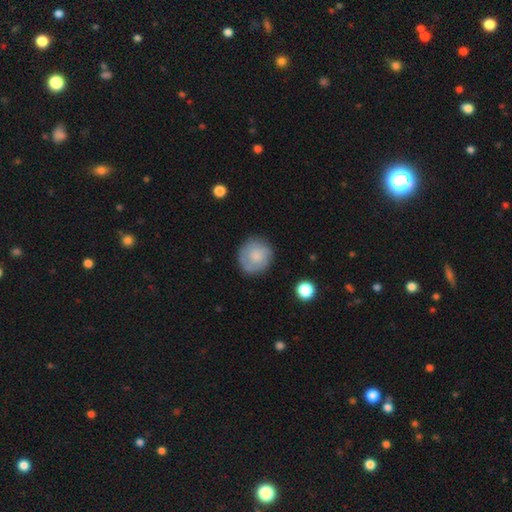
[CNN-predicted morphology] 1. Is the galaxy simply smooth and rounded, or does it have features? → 67% smooth, 26% featured or disk, 7% star or artifact.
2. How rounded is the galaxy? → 89% round, 10% in between, 1% cigar-shaped.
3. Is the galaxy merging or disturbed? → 77% none, 16% minor disturbance, 5% major disturbance, 2% merger.